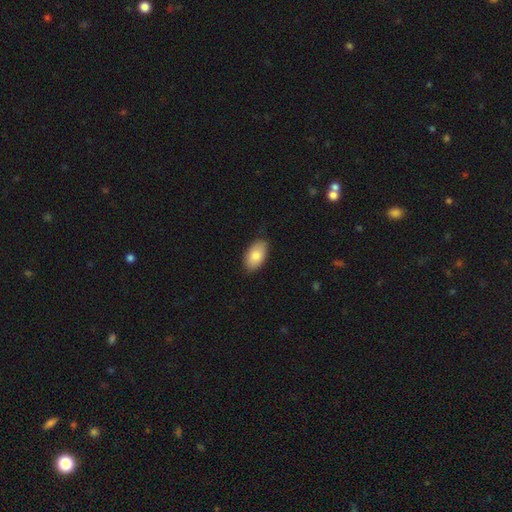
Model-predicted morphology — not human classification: smooth_or_featured: smooth (p=0.83) [alt: featured or disk p=0.11]
how_rounded: in between (p=0.94) [alt: round p=0.04]
merging: none (p=0.85) [alt: minor disturbance p=0.12]